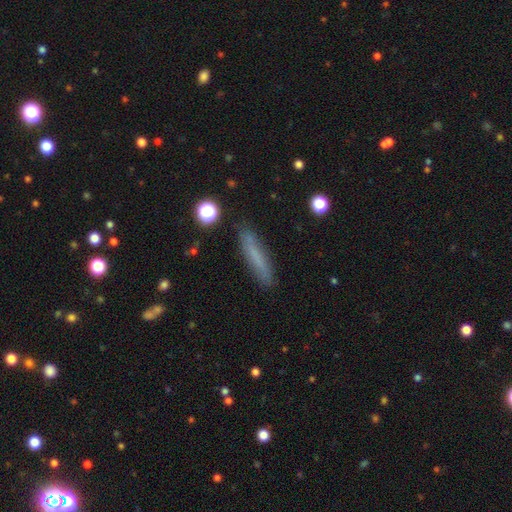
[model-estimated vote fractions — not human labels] A smooth galaxy with no disk features (69%) that is cigar-shaped (87%).

Vote fractions:
- Smooth or featured? smooth: 69% / featured or disk: 21% / star or artifact: 9%
- How rounded? cigar-shaped: 87% / in between: 11% / round: 2%
- Merging? none: 86% / minor disturbance: 10% / major disturbance: 2% / merger: 2%